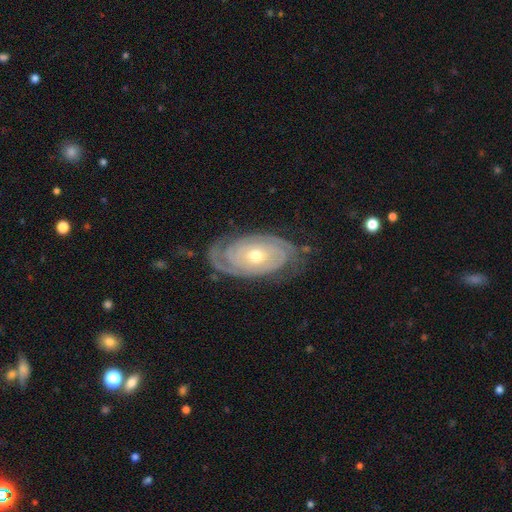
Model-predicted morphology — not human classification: Smooth or featured? featured or disk (90%)
Edge-on disk? no (95%)
Bar? no (79%)
Spiral arms? yes (97%)
Spiral winding? tight (85%)
Spiral arm count? 2 (61%)
Bulge size? moderate (55%)
Merging? none (78%)